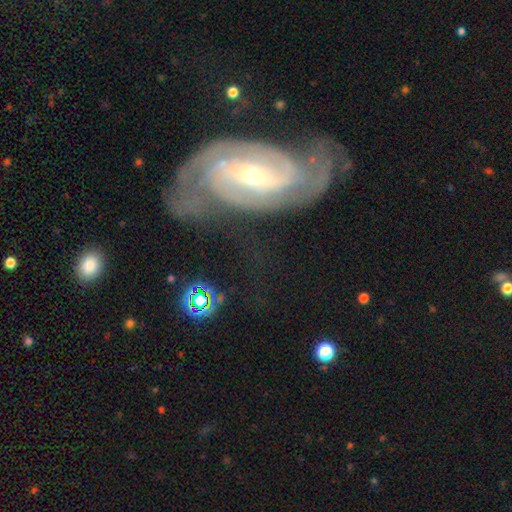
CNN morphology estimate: Overall: featured or disk (88%). Edge-on disk: no (95%). Bar: weak (39%; strong 37%). Spiral arms: yes (97%). Spiral arm count: 2 (55%; can't tell 16%). Spiral winding: tight (65%; medium 28%). Bulge size: small (59%; moderate 37%). Merging: none (69%).